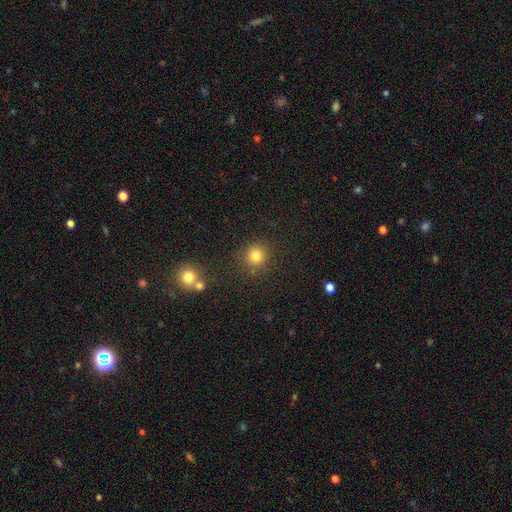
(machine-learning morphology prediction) Q: Smooth or featured?
A: smooth (80%); runner-up: star or artifact (14%)
Q: How rounded?
A: round (92%); runner-up: in between (7%)
Q: Merging?
A: none (85%); runner-up: minor disturbance (8%)